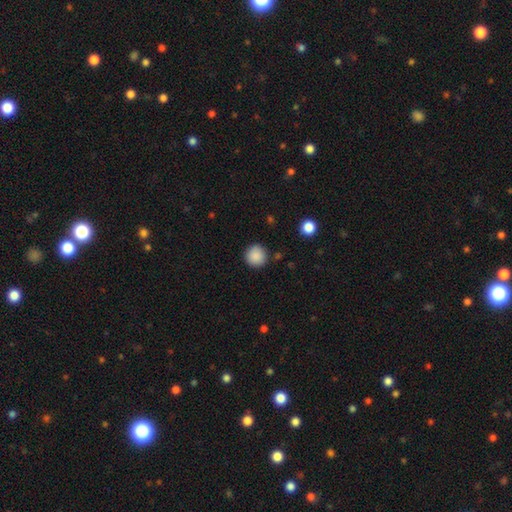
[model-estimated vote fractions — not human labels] smooth 88%, star or artifact 9%, featured or disk 3%. Down the decision tree: how rounded — round (95%); merging — none (89%).